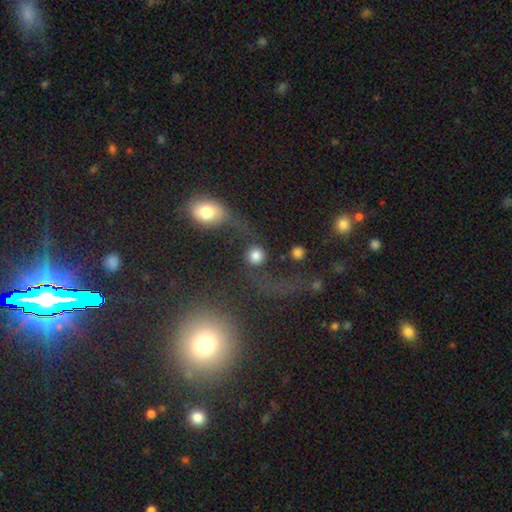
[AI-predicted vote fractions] This is likely a smooth galaxy (72%). How rounded: clearly round (91%). Merging: possibly none (58%).